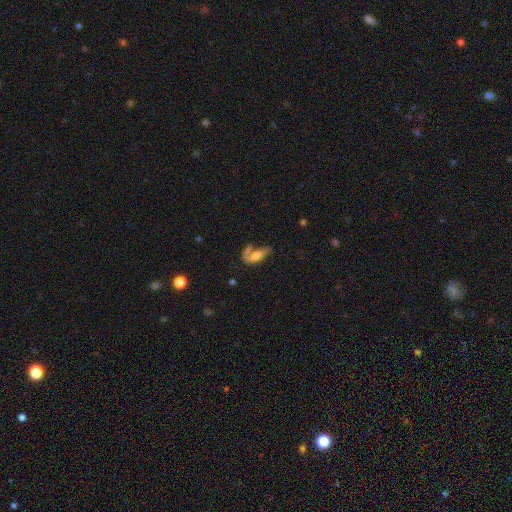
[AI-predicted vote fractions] A smooth galaxy with no disk features (54%) that is in between round and cigar-shaped (63%).

Vote fractions:
- Smooth or featured? smooth: 54% / featured or disk: 37% / star or artifact: 10%
- How rounded? in between: 63% / cigar-shaped: 33% / round: 4%
- Merging? merger: 33% (tied) / none: 33% (tied) / major disturbance: 19% / minor disturbance: 15%